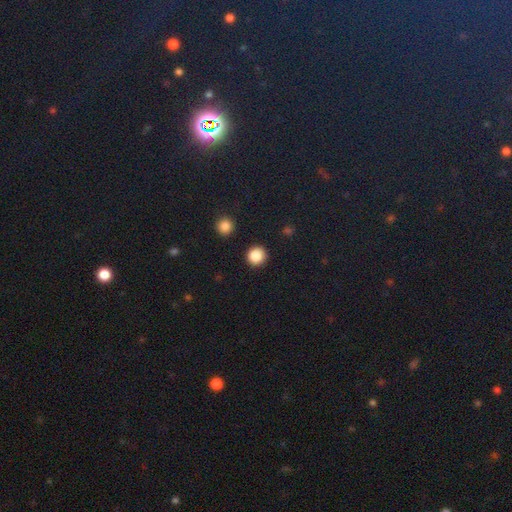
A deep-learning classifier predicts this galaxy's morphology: This appears to be a smooth galaxy with no disk features (87%) that is round (93%). Merging: none (92%).